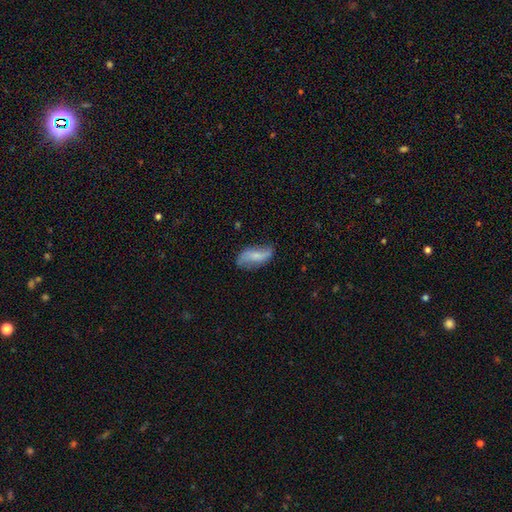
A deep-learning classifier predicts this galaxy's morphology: featured or disk 49%, smooth 43%, star or artifact 8%. Down the decision tree: merging — none (62%).